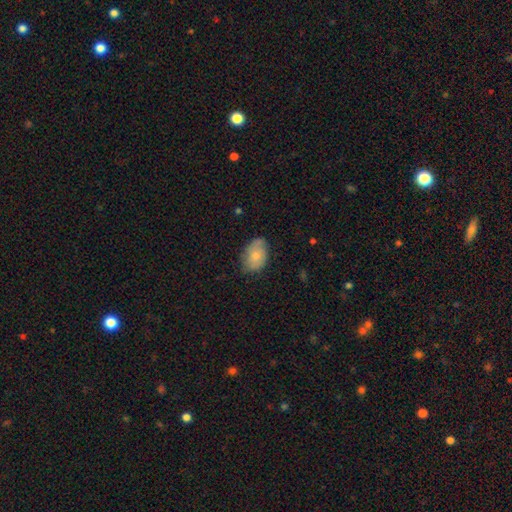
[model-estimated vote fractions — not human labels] Smooth or featured: smooth — 73% (featured or disk — 20%)
How rounded: in between — 85% (round — 14%)
Merging: none — 66% (minor disturbance — 27%)